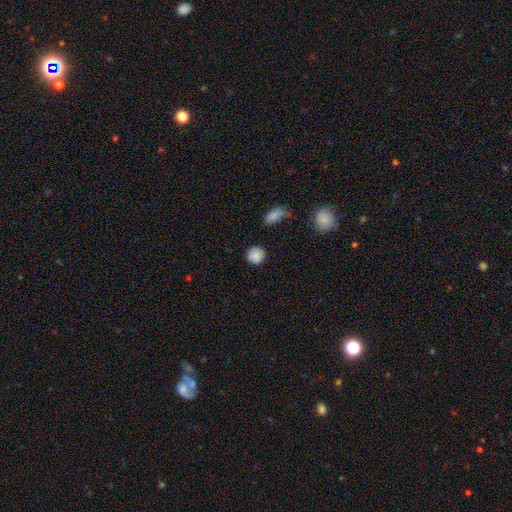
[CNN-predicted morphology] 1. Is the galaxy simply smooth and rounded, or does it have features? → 87% smooth, 9% star or artifact, 4% featured or disk.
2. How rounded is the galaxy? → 91% round, 8% in between, 1% cigar-shaped.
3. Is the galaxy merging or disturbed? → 87% none, 9% minor disturbance, 3% major disturbance, 2% merger.